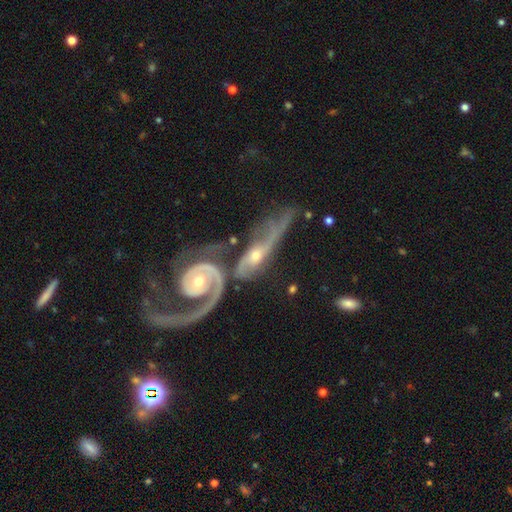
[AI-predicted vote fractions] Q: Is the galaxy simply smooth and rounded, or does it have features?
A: featured or disk — 84%.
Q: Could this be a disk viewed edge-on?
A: no — 84%.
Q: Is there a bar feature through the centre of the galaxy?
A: no — 65%.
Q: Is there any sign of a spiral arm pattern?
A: yes — 89%.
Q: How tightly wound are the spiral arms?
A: medium — 35%.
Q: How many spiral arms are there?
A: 2 — 56%.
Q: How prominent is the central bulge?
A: small — 47%, tied with moderate.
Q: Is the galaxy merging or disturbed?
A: merger — 54%.